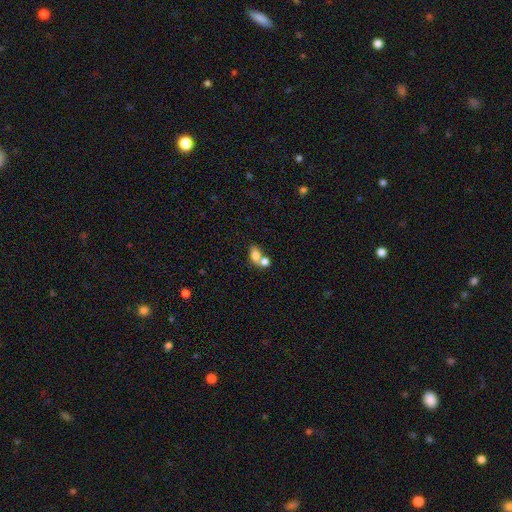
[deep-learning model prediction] Smooth or featured: smooth — 76% (featured or disk — 15%)
How rounded: in between — 74% (round — 24%)
Merging: merger — 55% (none — 31%)